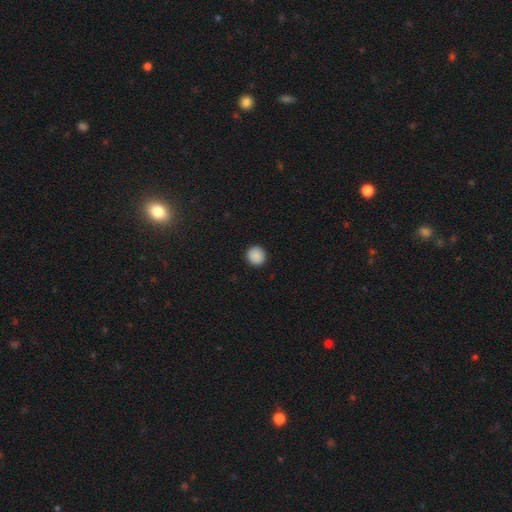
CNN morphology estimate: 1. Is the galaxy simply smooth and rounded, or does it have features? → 89% smooth, 8% star or artifact, 2% featured or disk.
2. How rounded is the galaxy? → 93% round, 6% in between, 1% cigar-shaped.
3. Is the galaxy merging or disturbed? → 93% none, 5% minor disturbance, 2% major disturbance, 1% merger.